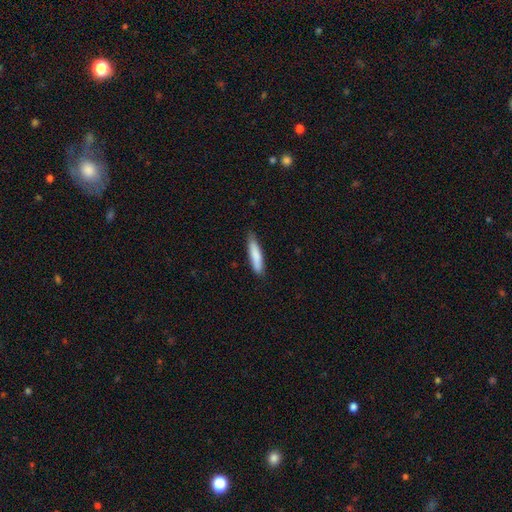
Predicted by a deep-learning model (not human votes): Smooth or featured?
  - smooth: 83% *
  - featured or disk: 11%
  - star or artifact: 6%
How rounded?
  - cigar-shaped: 85% *
  - in between: 14%
  - round: 1%
Merging?
  - none: 82% *
  - minor disturbance: 15%
  - major disturbance: 2%
  - merger: 1%